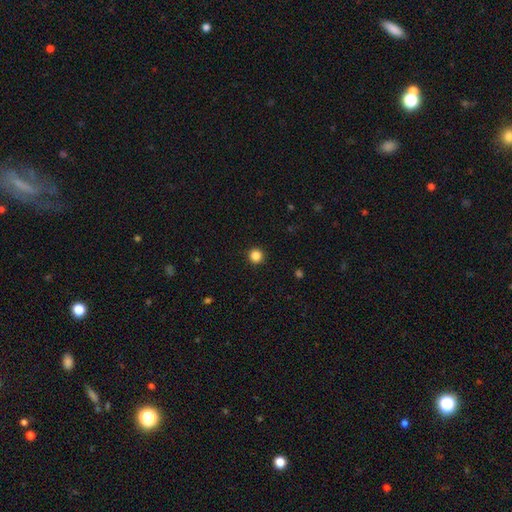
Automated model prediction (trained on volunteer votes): smooth 86%, star or artifact 11%, featured or disk 3%. Down the decision tree: how rounded — round (96%); merging — none (93%).